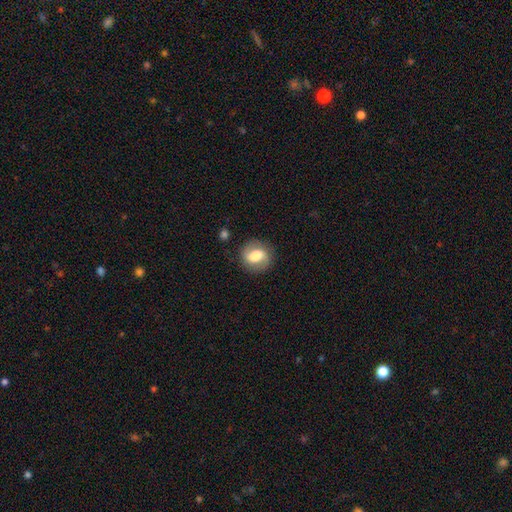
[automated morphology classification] smooth-or-featured: featured or disk: 49% | smooth: 44% | star or artifact: 7%
  merging: none: 84% | minor disturbance: 11% | major disturbance: 4% | merger: 1%